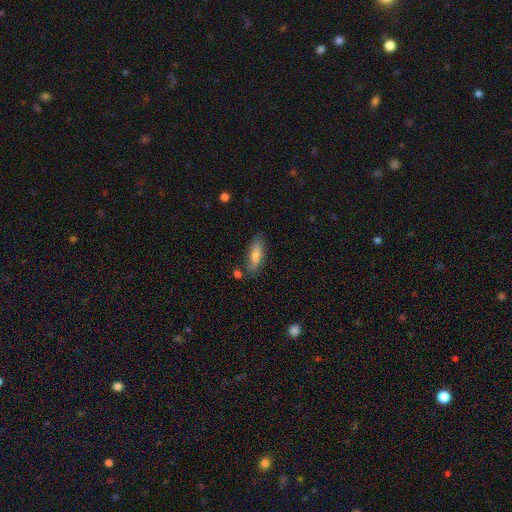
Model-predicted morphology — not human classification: smooth_or_featured: smooth (p=0.66) [alt: featured or disk p=0.27]
how_rounded: in between (p=0.54) [alt: cigar-shaped p=0.44]
merging: none (p=0.71) [alt: minor disturbance p=0.19]